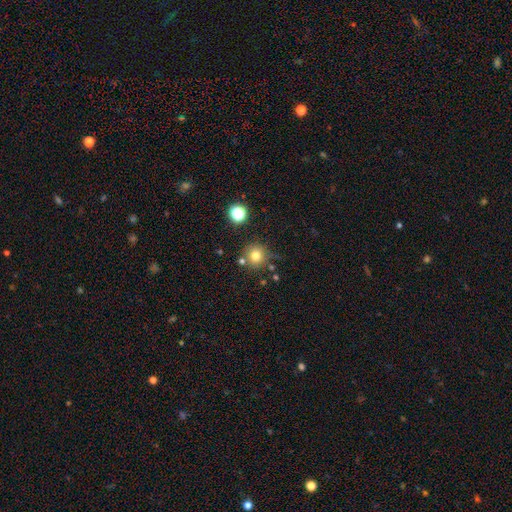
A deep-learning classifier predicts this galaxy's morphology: smooth 77%, star or artifact 14%, featured or disk 9%. Down the decision tree: how rounded — round (93%); merging — none (75%).